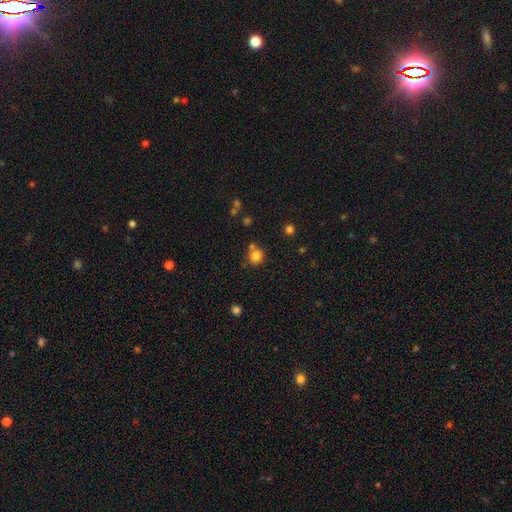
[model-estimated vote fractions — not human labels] Overall: smooth (82%). How rounded: round (88%). Merging: none (68%).